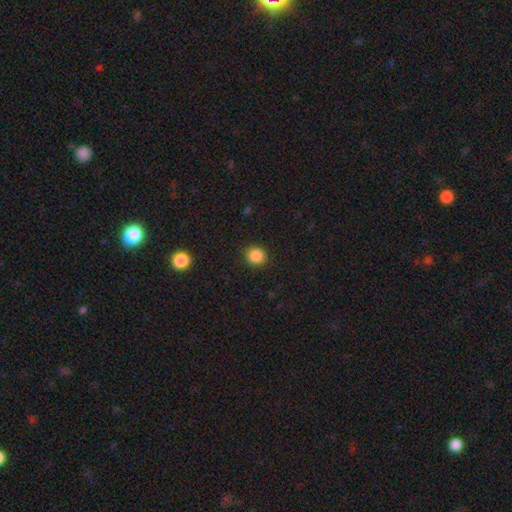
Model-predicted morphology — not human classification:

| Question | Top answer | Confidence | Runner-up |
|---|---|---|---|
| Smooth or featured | smooth | 87% | star or artifact (10%) |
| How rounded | round | 90% | in between (9%) |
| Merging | none | 91% | minor disturbance (6%) |